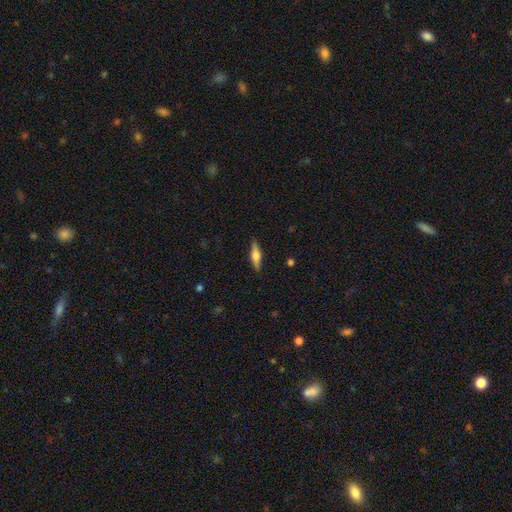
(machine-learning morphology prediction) Smooth or featured?
  - featured or disk: 53% *
  - smooth: 40%
  - star or artifact: 6%
Edge-on disk?
  - yes: 95% *
  - no: 5%
Edge-on bulge?
  - rounded: 89% *
  - boxy: 8%
  - none: 3%
Merging?
  - none: 88% *
  - minor disturbance: 9%
  - major disturbance: 2%
  - merger: 1%